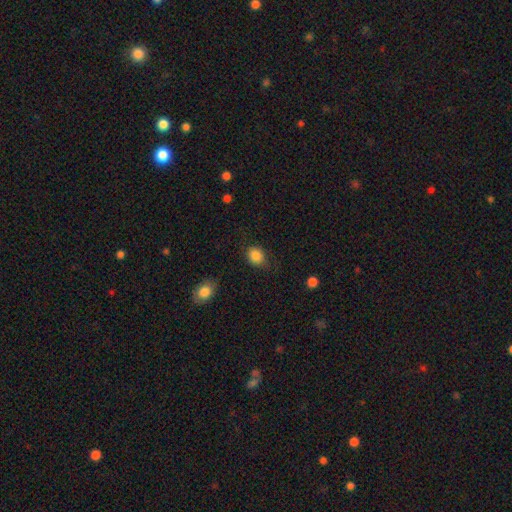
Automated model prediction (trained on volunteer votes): The model was most divided on "how rounded": round: 67%, in between: 32%, cigar-shaped: 1%. More confident: smooth or featured — smooth (86%); merging — none (76%).